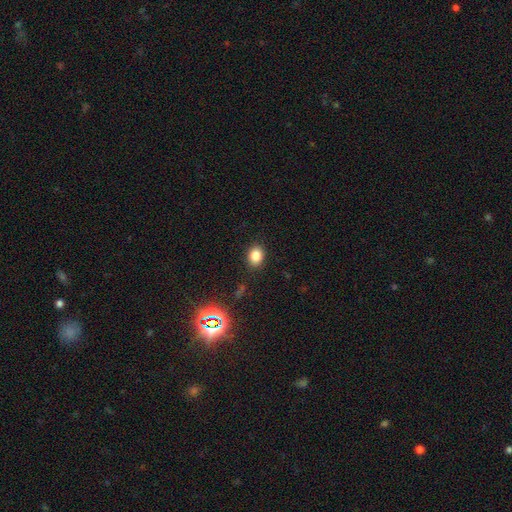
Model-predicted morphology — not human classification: This is clearly a smooth galaxy (82%). How rounded: possibly in between (56%). Merging: clearly none (88%).